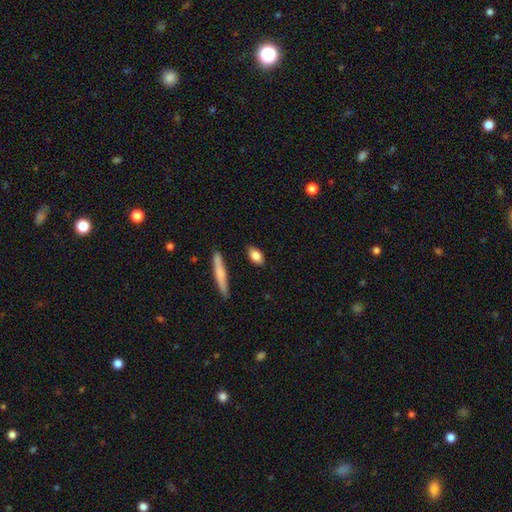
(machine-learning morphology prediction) type=smooth (82%); roundness=in between (80%); merging=none (85%).